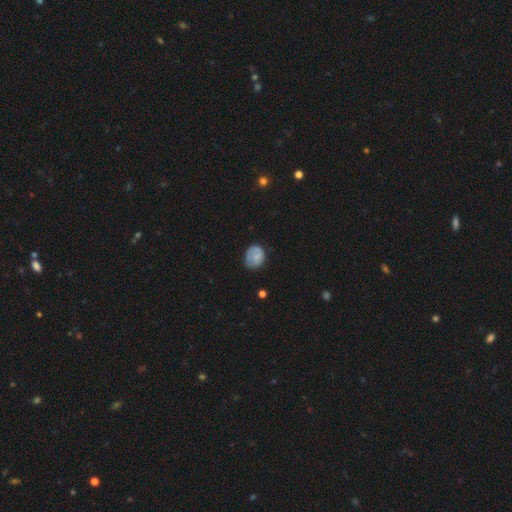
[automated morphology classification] A smooth galaxy with no disk features (74%) that is round (60%).

Vote fractions:
- Smooth or featured? smooth: 74% / featured or disk: 18% / star or artifact: 9%
- How rounded? round: 60% / in between: 39% / cigar-shaped: 1%
- Merging? none: 58% / minor disturbance: 30% / major disturbance: 10% / merger: 2%